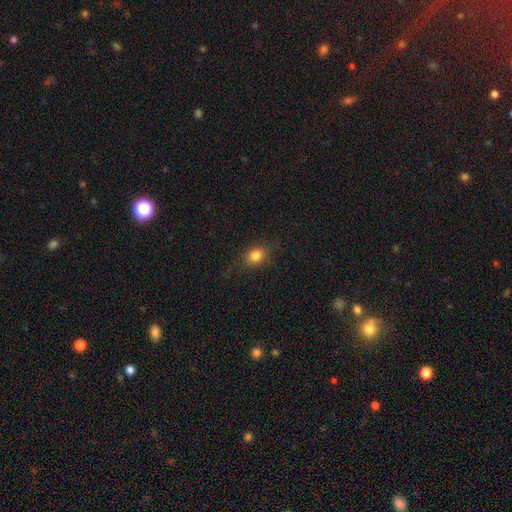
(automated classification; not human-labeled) smooth-or-featured: smooth: 81% | star or artifact: 12% | featured or disk: 7%
  how-rounded: round: 61% | in between: 37% | cigar-shaped: 2%
  merging: none: 80% | minor disturbance: 14% | major disturbance: 5% | merger: 1%